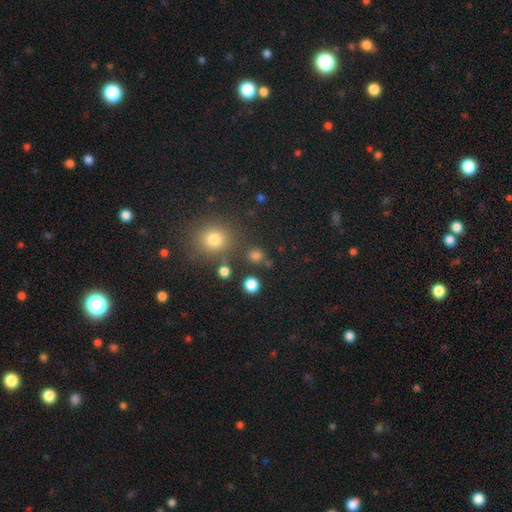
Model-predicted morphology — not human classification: smooth_or_featured: smooth (p=0.76) [alt: star or artifact p=0.19]
how_rounded: round (p=0.86) [alt: in between p=0.13]
merging: none (p=0.80) [alt: minor disturbance p=0.08]